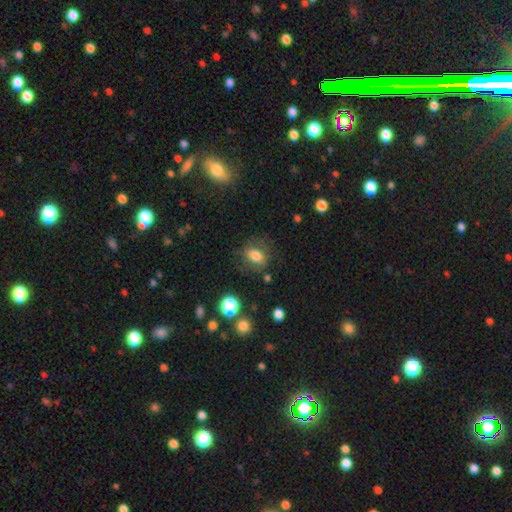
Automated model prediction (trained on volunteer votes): smooth_or_featured: smooth (p=0.70) [alt: featured or disk p=0.18]
how_rounded: round (p=0.52) [alt: in between p=0.47]
merging: none (p=0.69) [alt: minor disturbance p=0.18]